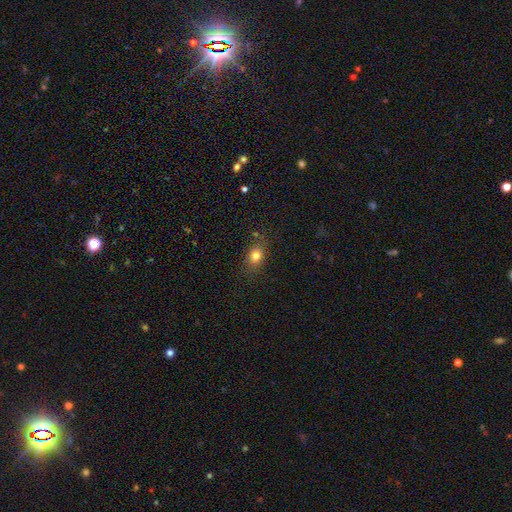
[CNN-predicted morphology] A smooth galaxy with no disk features (78%) that is in between round and cigar-shaped (58%).

Vote fractions:
- Smooth or featured? smooth: 78% / star or artifact: 12% / featured or disk: 10%
- How rounded? in between: 58% / round: 39% / cigar-shaped: 3%
- Merging? none: 79% / minor disturbance: 15% / major disturbance: 4% / merger: 2%